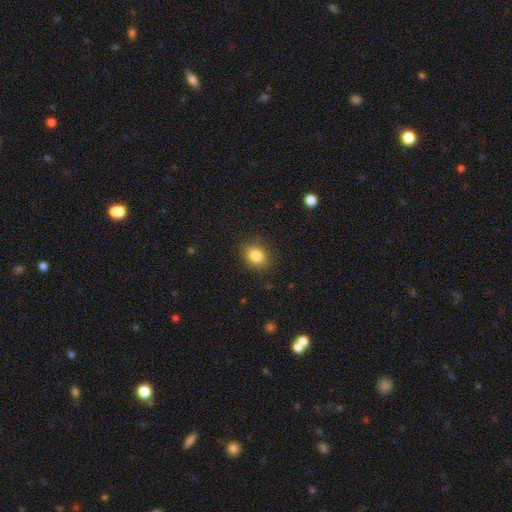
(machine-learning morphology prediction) Q: Smooth or featured?
A: smooth (85%); runner-up: star or artifact (9%)
Q: How rounded?
A: in between (56%); runner-up: round (43%)
Q: Merging?
A: none (85%); runner-up: minor disturbance (11%)